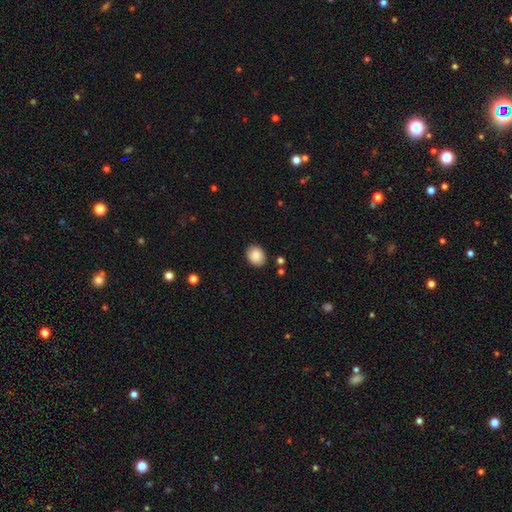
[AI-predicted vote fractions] The model was most divided on "how rounded": in between: 52%, round: 47%, cigar-shaped: 1%. More confident: merging — none (88%); smooth or featured — smooth (87%).